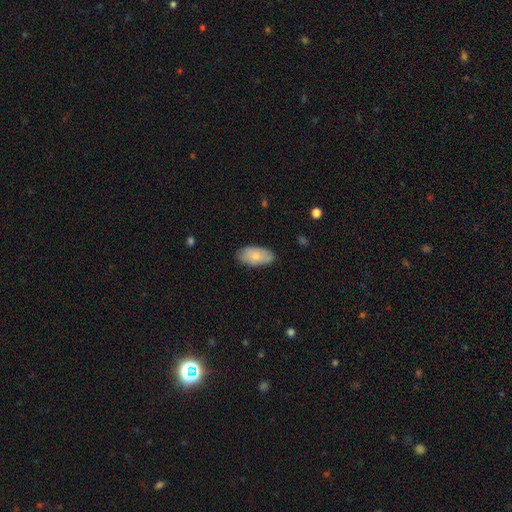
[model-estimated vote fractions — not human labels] Smooth or featured? Predicted: smooth (p=0.73). How rounded? Predicted: in between (p=0.93). Merging? Predicted: none (p=0.80).